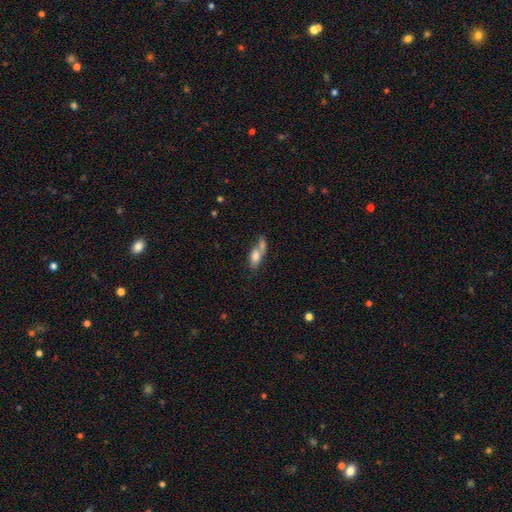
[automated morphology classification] Q: Smooth or featured?
A: smooth (75%); runner-up: featured or disk (17%)
Q: How rounded?
A: in between (80%); runner-up: cigar-shaped (13%)
Q: Merging?
A: merger (54%); runner-up: none (27%)